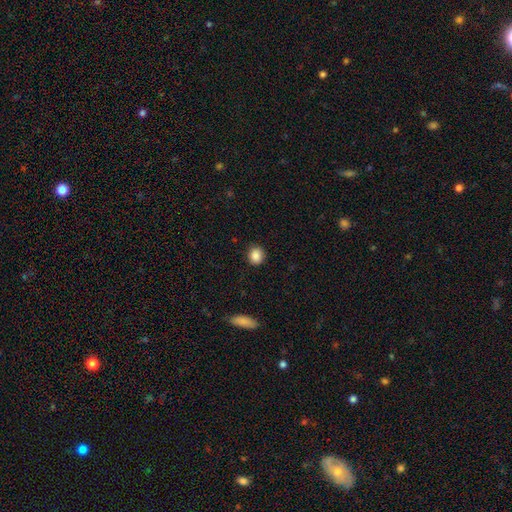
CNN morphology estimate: Smooth or featured?
  - smooth: 87% *
  - star or artifact: 9%
  - featured or disk: 4%
How rounded?
  - round: 79% *
  - in between: 20%
  - cigar-shaped: 1%
Merging?
  - none: 88% *
  - minor disturbance: 8%
  - major disturbance: 2%
  - merger: 1%